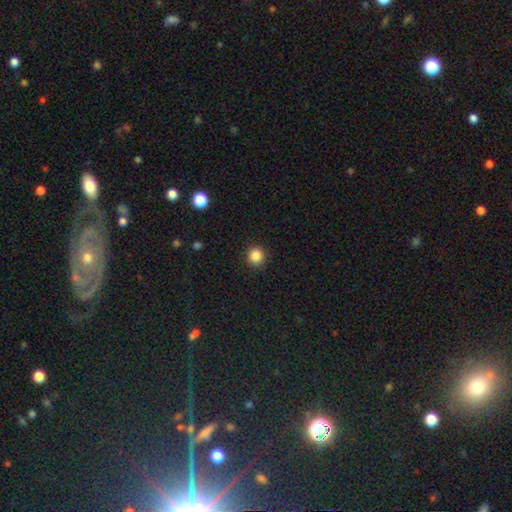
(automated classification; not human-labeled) smooth 86%, star or artifact 11%, featured or disk 3%. Down the decision tree: how rounded — round (93%); merging — none (91%).